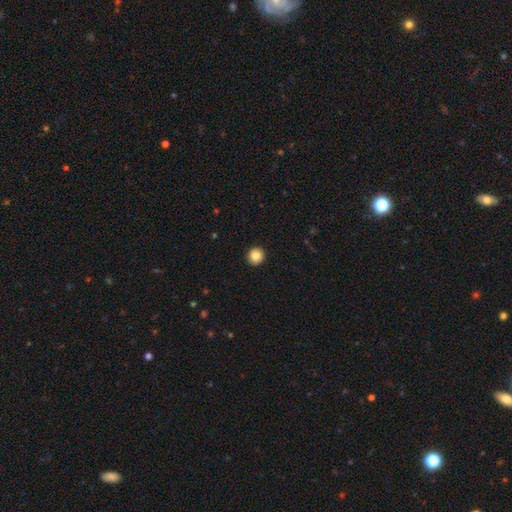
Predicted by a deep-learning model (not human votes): Smooth or featured: smooth — 87% (star or artifact — 9%)
How rounded: round — 92% (in between — 7%)
Merging: none — 92% (minor disturbance — 5%)